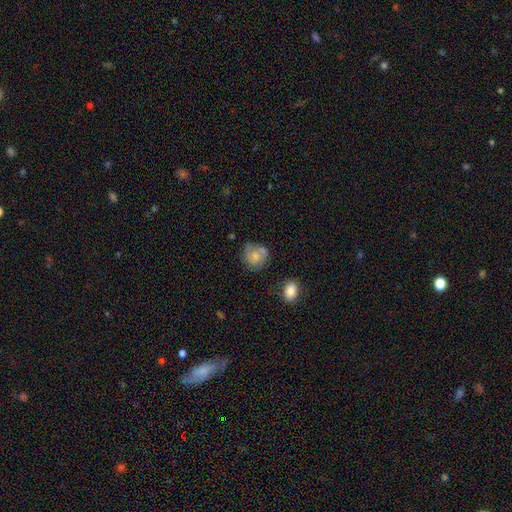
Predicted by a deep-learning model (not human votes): smooth 56%, featured or disk 36%, star or artifact 9%. Down the decision tree: how rounded — round (75%); merging — none (53%).